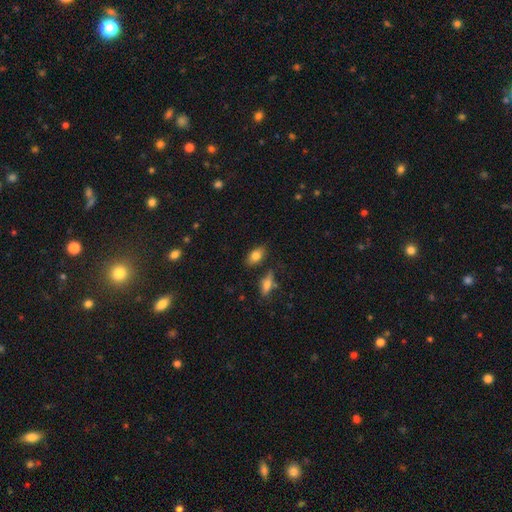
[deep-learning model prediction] Smooth or featured? Predicted: smooth (p=0.80). How rounded? Predicted: in between (p=0.89). Merging? Predicted: none (p=0.78).